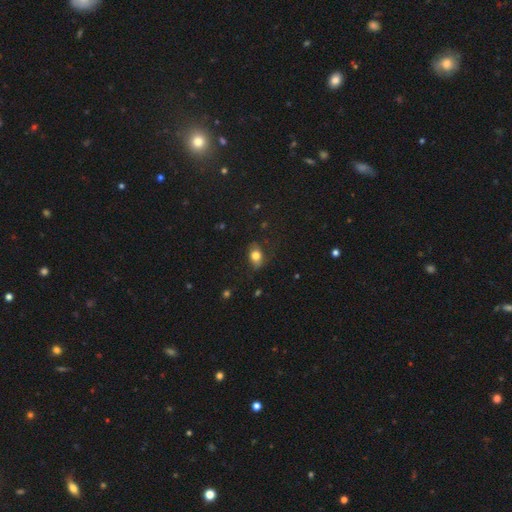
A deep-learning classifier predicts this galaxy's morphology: Smooth or featured?
  - smooth: 75% *
  - featured or disk: 15%
  - star or artifact: 10%
How rounded?
  - in between: 77% *
  - round: 19%
  - cigar-shaped: 4%
Merging?
  - none: 69% *
  - minor disturbance: 22%
  - major disturbance: 8%
  - merger: 1%